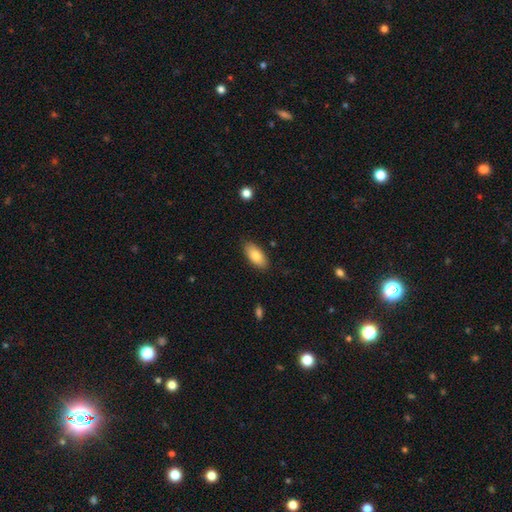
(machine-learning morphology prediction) Smooth or featured?
  - smooth: 83% *
  - featured or disk: 10%
  - star or artifact: 6%
How rounded?
  - in between: 89% *
  - cigar-shaped: 9%
  - round: 2%
Merging?
  - none: 85% *
  - minor disturbance: 11%
  - major disturbance: 2%
  - merger: 1%